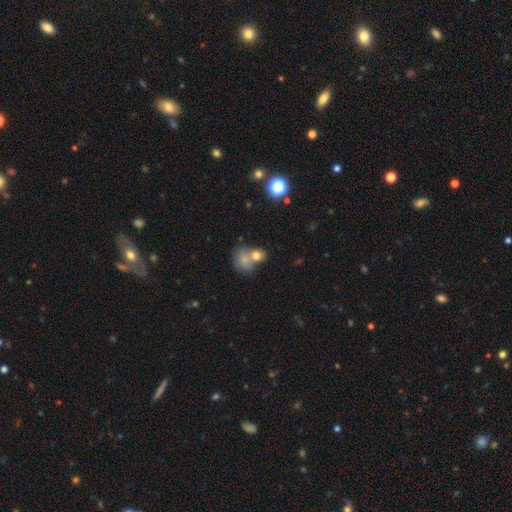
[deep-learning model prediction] smooth 75%, featured or disk 13%, star or artifact 12%. Down the decision tree: how rounded — round (55%); merging — merger (52%).